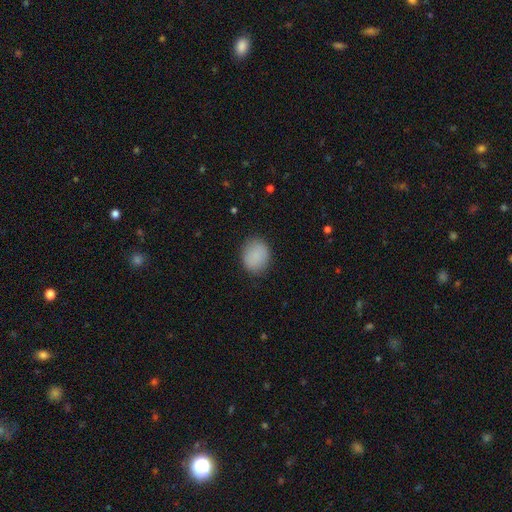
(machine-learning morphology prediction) The model was most divided on "how rounded": round: 56%, in between: 43%, cigar-shaped: 1%. More confident: smooth or featured — smooth (88%); merging — none (84%).